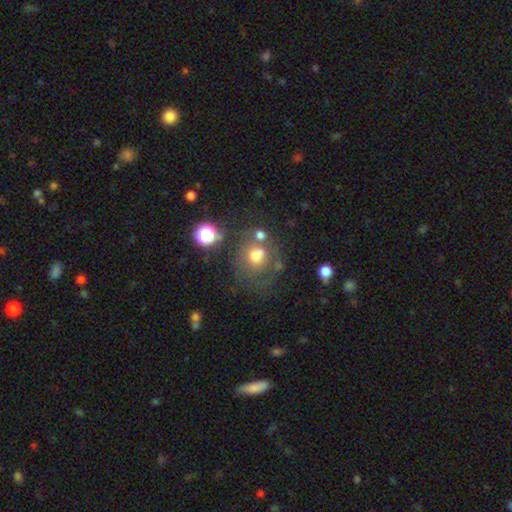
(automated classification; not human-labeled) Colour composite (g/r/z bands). It shows a smooth galaxy with no disk features (60%) that is round (77%). Merging: none (48%).